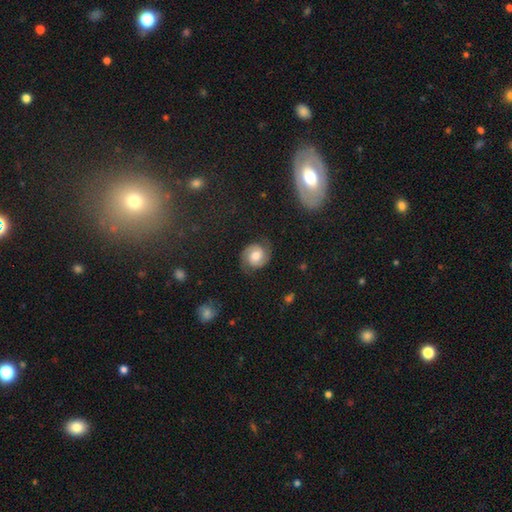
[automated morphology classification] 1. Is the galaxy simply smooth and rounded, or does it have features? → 69% featured or disk, 23% smooth, 9% star or artifact.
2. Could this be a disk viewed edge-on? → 98% no, 2% yes.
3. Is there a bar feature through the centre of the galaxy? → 66% no, 28% weak, 6% strong.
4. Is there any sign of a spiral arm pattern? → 94% yes, 6% no.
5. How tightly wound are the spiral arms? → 46% medium, 39% tight, 16% loose.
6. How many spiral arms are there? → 92% 2, 4% can't tell, 1% 1, 1% 3, 1% 4, 1% more than 4.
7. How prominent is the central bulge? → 71% moderate, 13% small, 12% large, 2% none, 2% dominant.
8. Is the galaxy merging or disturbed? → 79% none, 14% minor disturbance, 5% major disturbance, 1% merger.